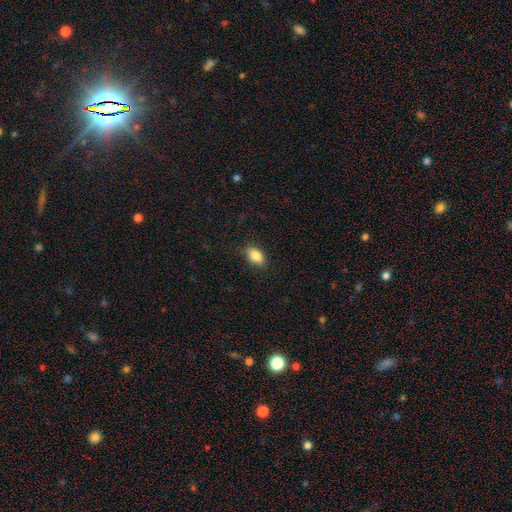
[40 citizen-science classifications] smooth-or-featured: smooth: 85% | featured or disk: 8% | star or artifact: 8%
  how-rounded: in between: 85% | round: 12% | cigar-shaped: 3%
  merging: none: 97% | major disturbance: 3% | minor disturbance: 0% | merger: 0%